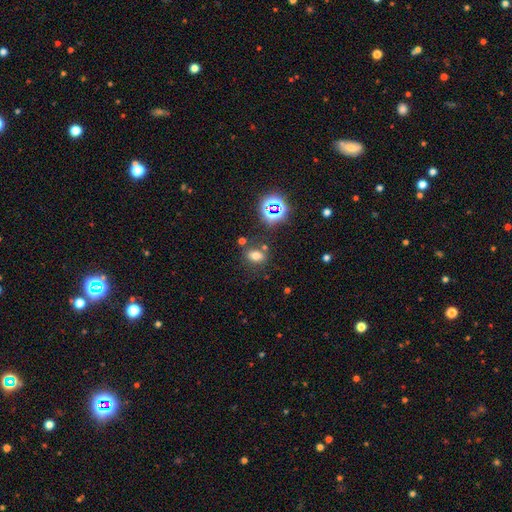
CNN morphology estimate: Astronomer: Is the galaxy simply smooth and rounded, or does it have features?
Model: smooth — 65%.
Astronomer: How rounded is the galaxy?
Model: in between — 70%.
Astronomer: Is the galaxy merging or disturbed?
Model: none — 70%.